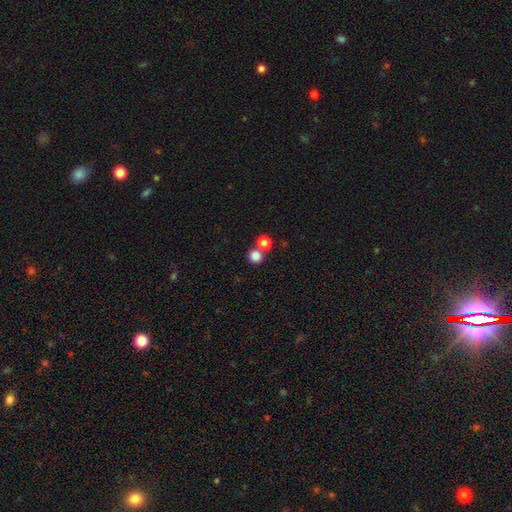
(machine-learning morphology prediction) type=smooth (83%); roundness=round (89%); merging=none (58%).